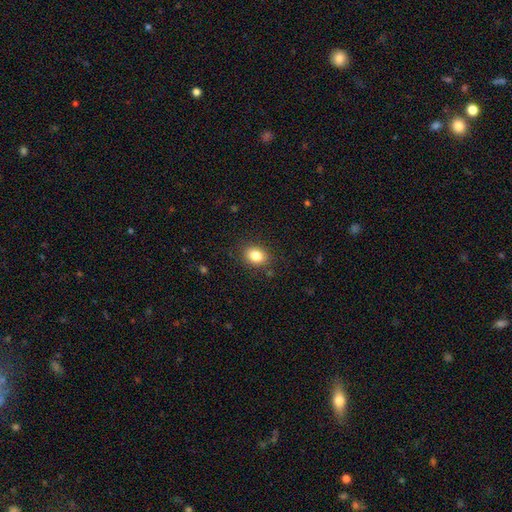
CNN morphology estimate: smooth 83%, star or artifact 10%, featured or disk 7%. Down the decision tree: how rounded — in between (57%); merging — none (87%).